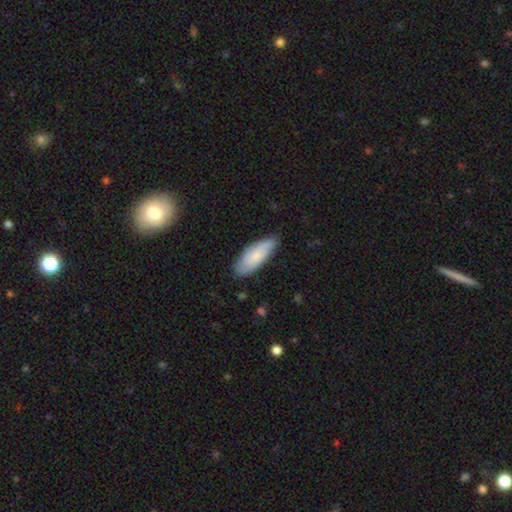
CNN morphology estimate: Q: Smooth or featured?
A: smooth (75%); runner-up: featured or disk (19%)
Q: How rounded?
A: in between (73%); runner-up: cigar-shaped (25%)
Q: Merging?
A: none (76%); runner-up: minor disturbance (20%)